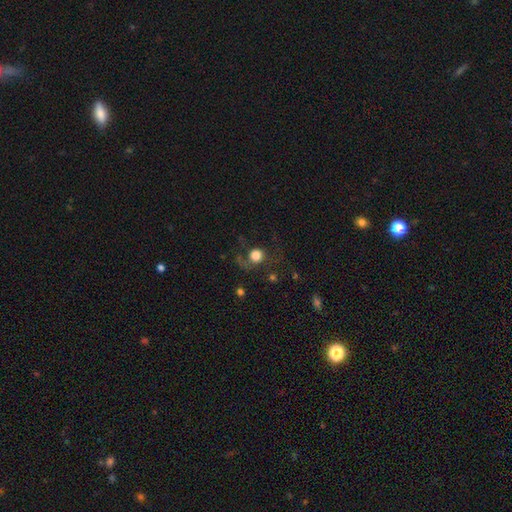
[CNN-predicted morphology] Q: Smooth or featured?
A: smooth (69%); runner-up: featured or disk (19%)
Q: How rounded?
A: round (88%); runner-up: in between (10%)
Q: Merging?
A: none (53%); runner-up: major disturbance (28%)